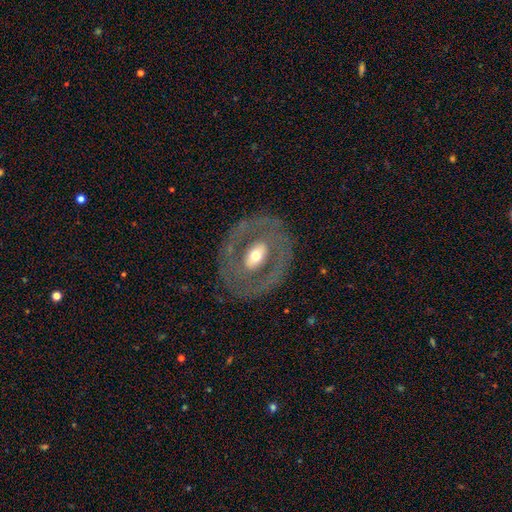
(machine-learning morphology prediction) This is likely a featured or disk galaxy (65%). It is clearly not viewed edge-on (92%). Bar: marginally no (44%). Spiral arm pattern: likely no (75%). Central bulge: likely moderate (63%). Merging: likely none (78%).